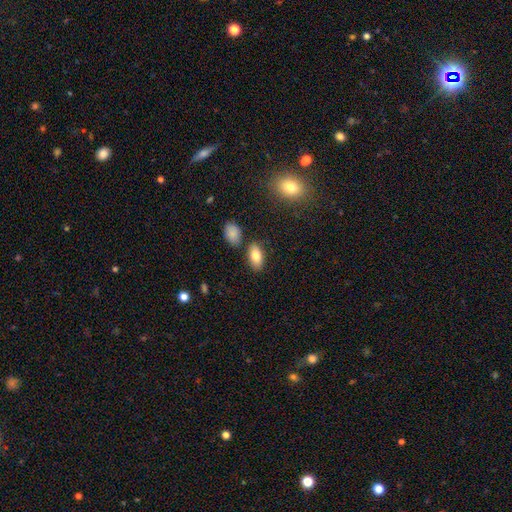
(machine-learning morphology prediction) smooth 81%, featured or disk 11%, star or artifact 8%. Down the decision tree: how rounded — in between (91%); merging — none (81%).